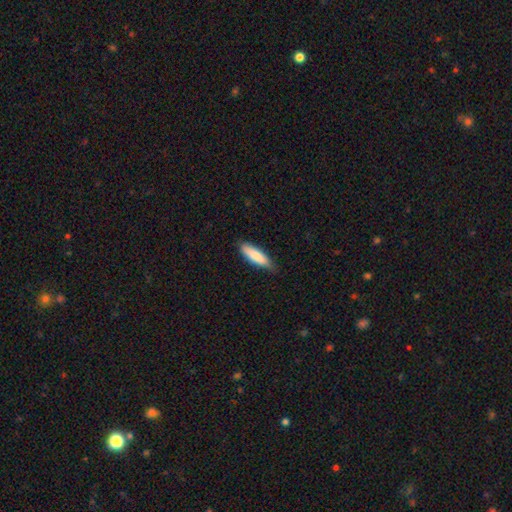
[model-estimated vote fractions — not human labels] Smooth or featured? Predicted: smooth (p=0.85). How rounded? Predicted: cigar-shaped (p=0.51). Merging? Predicted: none (p=0.73).